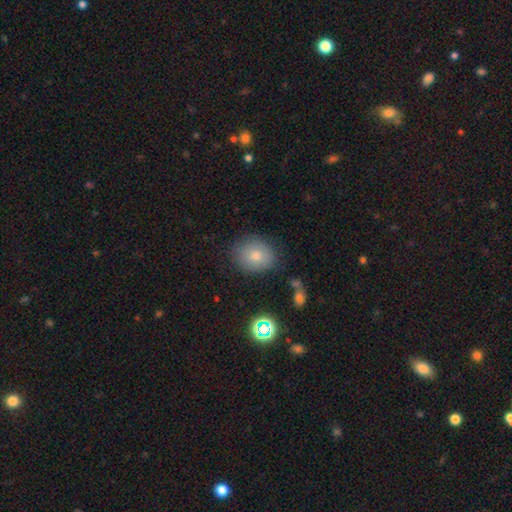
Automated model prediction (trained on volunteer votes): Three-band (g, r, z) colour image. It shows a smooth galaxy with no disk features (73%) that is round (58%). Merging: none (83%).